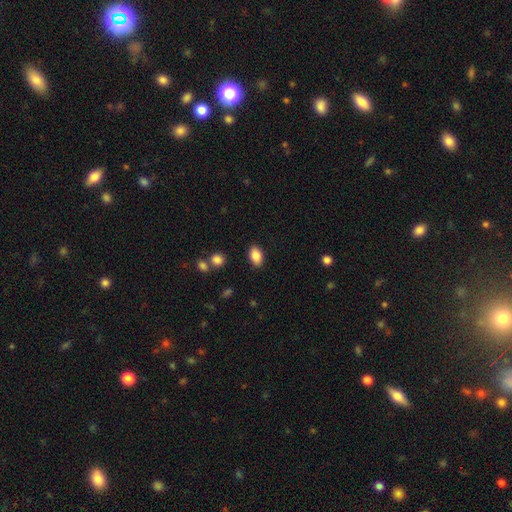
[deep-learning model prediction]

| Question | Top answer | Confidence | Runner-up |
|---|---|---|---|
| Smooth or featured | smooth | 86% | star or artifact (8%) |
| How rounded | in between | 90% | round (8%) |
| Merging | none | 88% | minor disturbance (8%) |